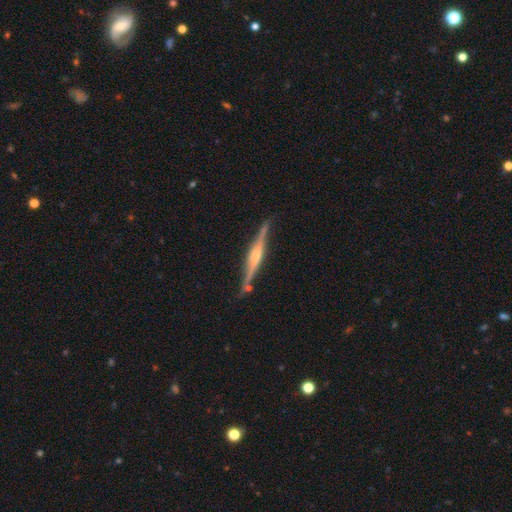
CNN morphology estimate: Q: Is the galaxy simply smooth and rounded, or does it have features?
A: featured or disk — 80%.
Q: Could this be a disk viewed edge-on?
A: yes — 97%.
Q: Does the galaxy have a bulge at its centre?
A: rounded — 67%.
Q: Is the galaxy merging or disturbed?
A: none — 82%.